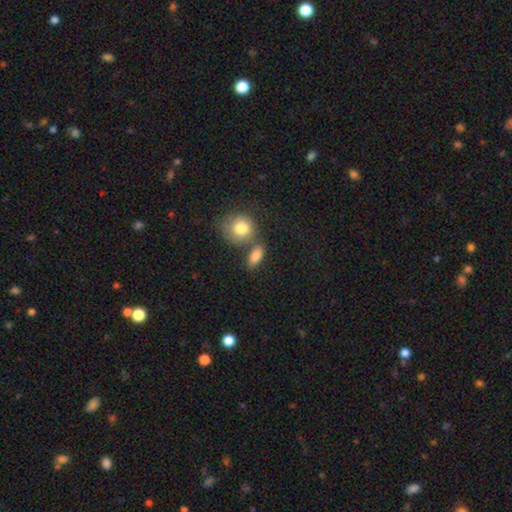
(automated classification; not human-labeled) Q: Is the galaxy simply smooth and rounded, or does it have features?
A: smooth — 83%.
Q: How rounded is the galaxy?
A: in between — 74%.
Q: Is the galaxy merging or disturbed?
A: none — 57%.